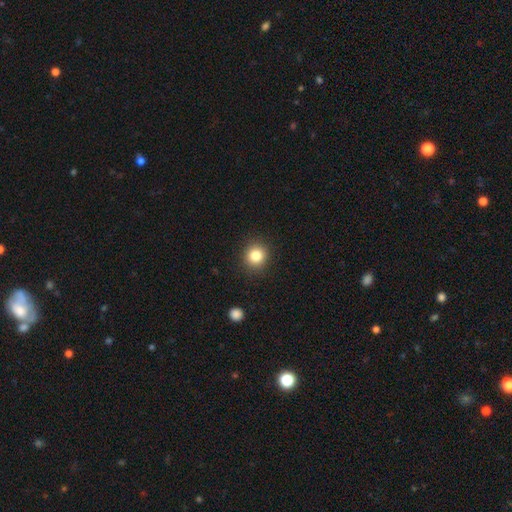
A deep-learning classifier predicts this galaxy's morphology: Overall: smooth (83%). How rounded: round (87%). Merging: none (90%).